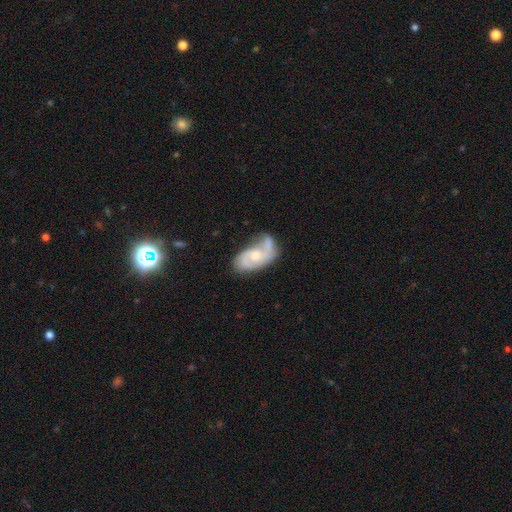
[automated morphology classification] A featured or disk galaxy (76%) with no bar (61%), 2 (71%) medium (47%) spiral arms (92%) and a moderate central bulge (48%).

Vote fractions:
- Smooth or featured? featured or disk: 76% / smooth: 18% / star or artifact: 6%
- Edge-on disk? no: 96% / yes: 4%
- Bar? no: 61% / weak: 34% / strong: 5%
- Spiral arms? yes: 92% / no: 8%
- Spiral winding? medium: 47% / loose: 29% / tight: 24%
- Spiral arm count? 2: 71% / can't tell: 11% / 3: 8% / 1: 7% / 4: 2% / more than 4: 2%
- Bulge size? moderate: 48% / small: 41% / none: 7% / large: 4% / dominant: 1%
- Merging? none: 46% / minor disturbance: 26% / major disturbance: 15% / merger: 13%